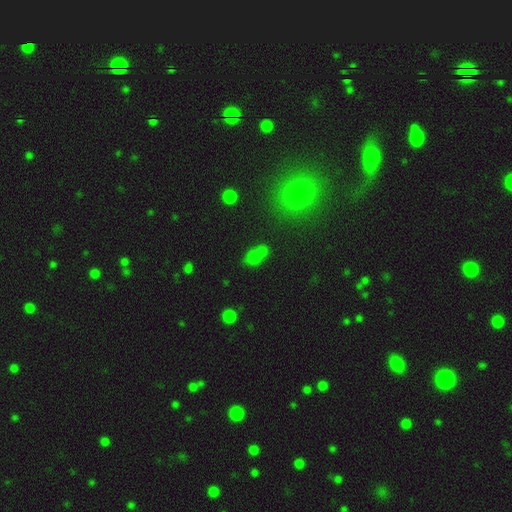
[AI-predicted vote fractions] A smooth galaxy with no disk features (68%) that is in between round and cigar-shaped (78%).

Vote fractions:
- Smooth or featured? smooth: 68% / star or artifact: 20% / featured or disk: 12%
- How rounded? in between: 78% / round: 15% / cigar-shaped: 8%
- Merging? none: 44% / merger: 29% / minor disturbance: 18% / major disturbance: 9%